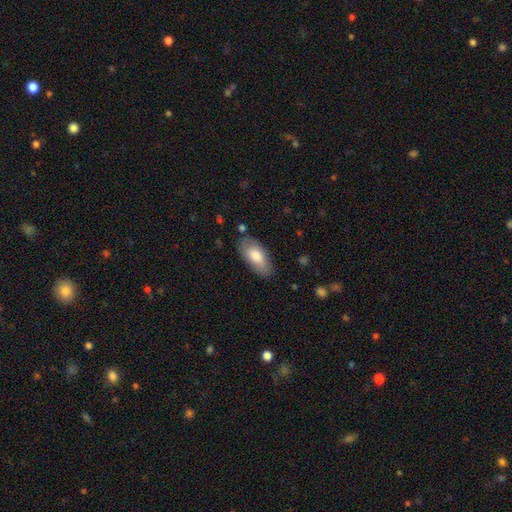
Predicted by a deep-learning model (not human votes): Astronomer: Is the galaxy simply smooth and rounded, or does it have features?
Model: smooth — 75%.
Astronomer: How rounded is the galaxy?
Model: in between — 90%.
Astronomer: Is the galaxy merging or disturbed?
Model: none — 78%.